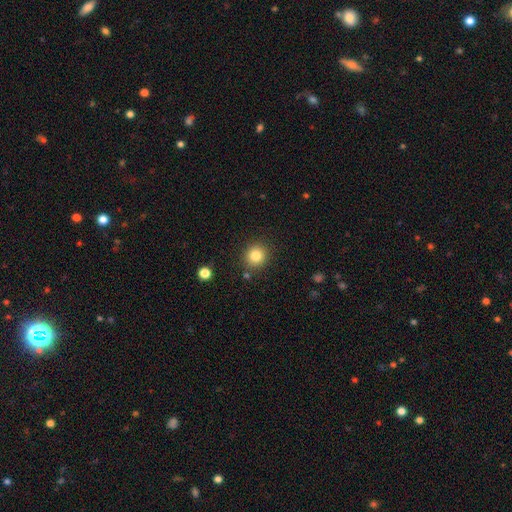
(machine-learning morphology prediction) type=smooth (83%); roundness=round (89%); merging=none (87%).